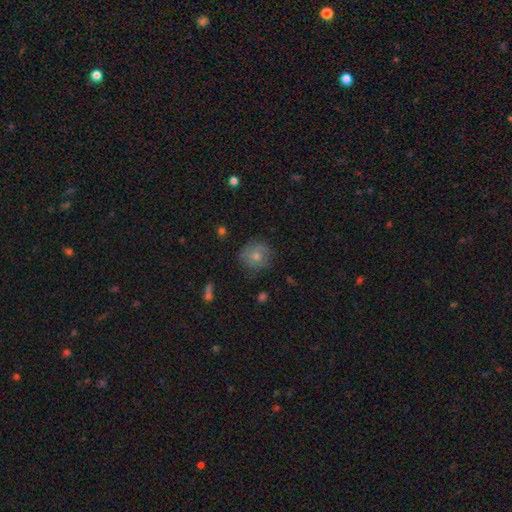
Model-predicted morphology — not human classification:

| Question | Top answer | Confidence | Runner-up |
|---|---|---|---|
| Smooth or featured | smooth | 71% | featured or disk (20%) |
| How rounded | round | 88% | in between (11%) |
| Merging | none | 73% | minor disturbance (19%) |